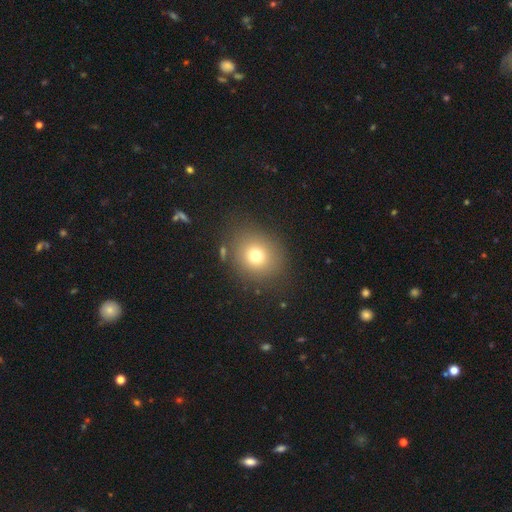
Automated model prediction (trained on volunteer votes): Morphology: type=smooth (73%); roundness=round (80%); merging=none (82%).